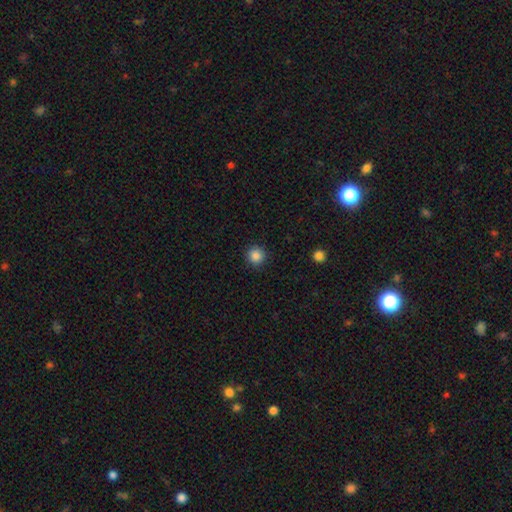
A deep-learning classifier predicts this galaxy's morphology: Smooth or featured: smooth — 85% (star or artifact — 11%)
How rounded: round — 95% (in between — 4%)
Merging: none — 92% (minor disturbance — 5%)